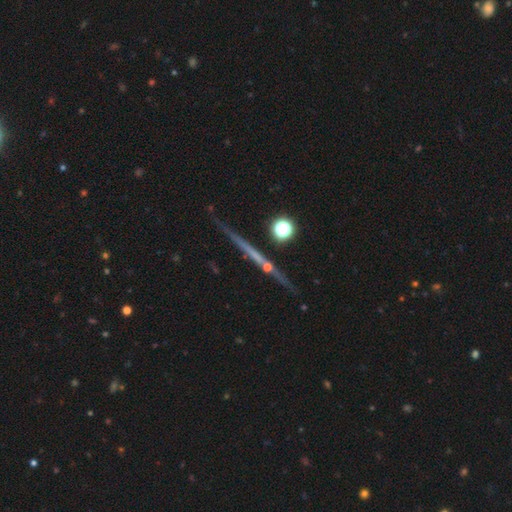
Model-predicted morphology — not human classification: Smooth or featured: featured or disk — 64% (smooth — 21%)
Edge-on disk: yes — 96% (no — 4%)
Edge-on bulge: none — 74% (rounded — 20%)
Merging: none — 85% (minor disturbance — 8%)